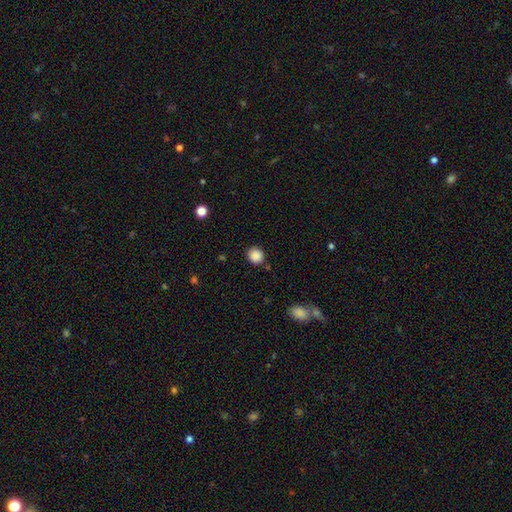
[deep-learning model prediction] smooth 87%, star or artifact 10%, featured or disk 3%. Down the decision tree: how rounded — round (86%); merging — none (84%).